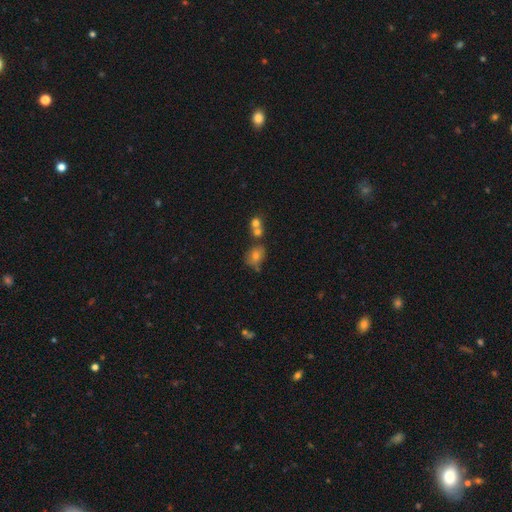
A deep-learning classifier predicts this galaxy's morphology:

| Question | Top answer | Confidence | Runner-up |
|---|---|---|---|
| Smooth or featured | smooth | 63% | featured or disk (19%) |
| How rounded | in between | 53% | round (45%) |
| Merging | none | 51% | merger (27%) |